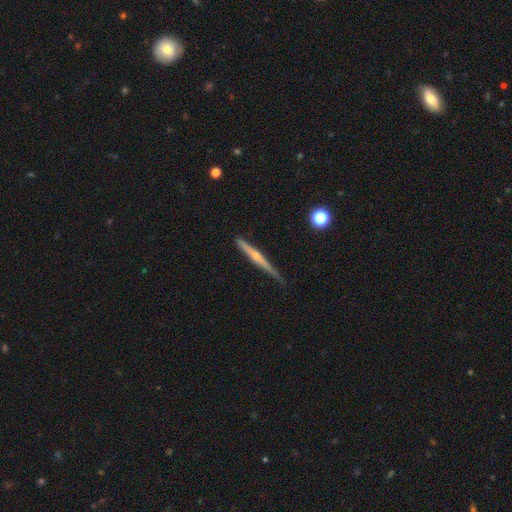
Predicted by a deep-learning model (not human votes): This is likely a featured or disk galaxy (65%). It is clearly viewed edge-on (97%). Edge-on bulge: likely rounded (72%). Merging: likely none (78%).